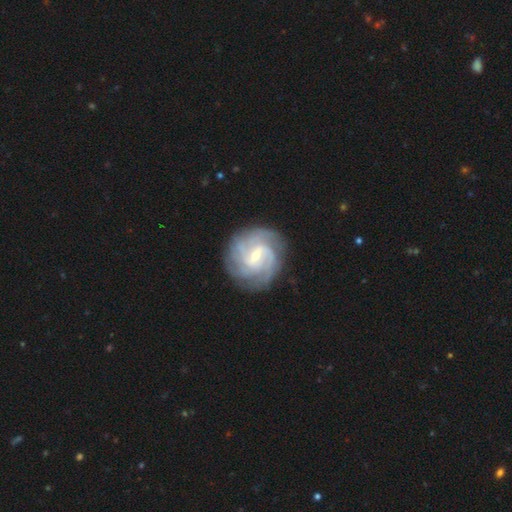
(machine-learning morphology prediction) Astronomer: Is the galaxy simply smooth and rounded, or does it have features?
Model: featured or disk — 88%.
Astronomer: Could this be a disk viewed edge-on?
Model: no — 98%.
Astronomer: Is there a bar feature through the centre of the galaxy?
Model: weak — 57%.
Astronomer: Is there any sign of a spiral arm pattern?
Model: yes — 97%.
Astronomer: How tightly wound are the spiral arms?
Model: tight — 61%.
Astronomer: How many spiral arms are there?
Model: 3 — 25% (runner-up: can't tell, 22%).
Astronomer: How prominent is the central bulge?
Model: small — 64%.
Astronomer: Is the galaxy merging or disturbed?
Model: none — 83%.